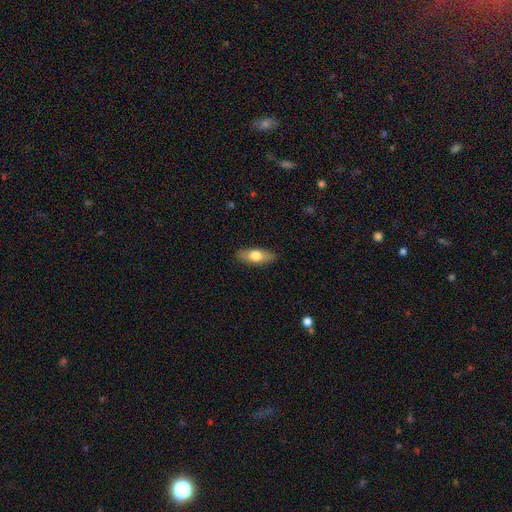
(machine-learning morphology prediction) smooth_or_featured: smooth (p=0.68) [alt: featured or disk p=0.26]
how_rounded: in between (p=0.75) [alt: cigar-shaped p=0.21]
merging: none (p=0.87) [alt: minor disturbance p=0.10]